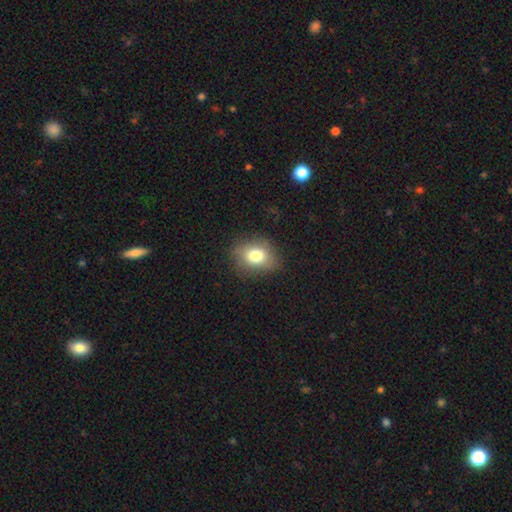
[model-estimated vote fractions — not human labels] The model was most divided on "how rounded": in between: 55%, round: 44%, cigar-shaped: 1%. More confident: merging — none (78%); smooth or featured — smooth (76%).